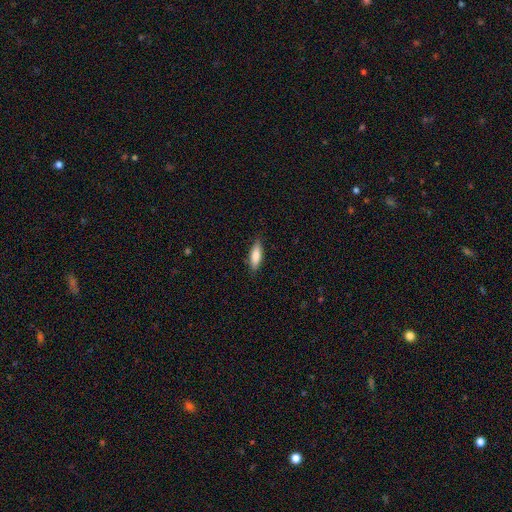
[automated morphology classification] A smooth galaxy with no disk features (79%) that is in between round and cigar-shaped (57%). Merging: none (85%).